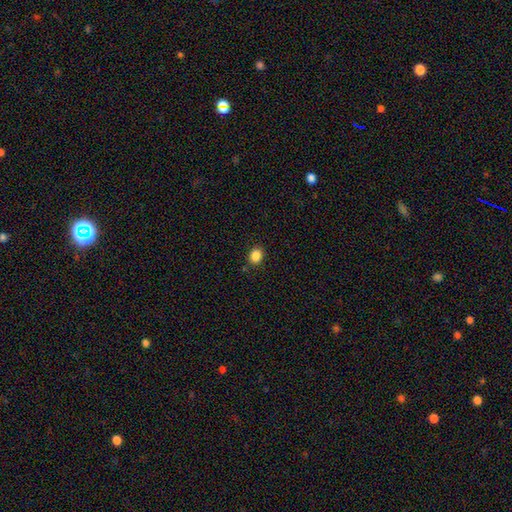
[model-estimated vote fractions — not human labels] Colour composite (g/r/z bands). It shows a smooth galaxy with no disk features (86%) that is round (57%). Merging: none (87%).